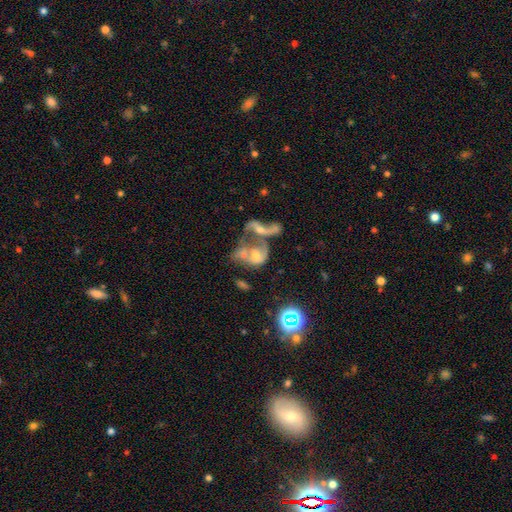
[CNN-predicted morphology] The model was most divided on "spiral arms": yes: 57%, no: 43%. More confident: edge-on disk — no (96%); bar — no (73%); merging — merger (71%); smooth or featured — featured or disk (56%); bulge size — moderate (53%).